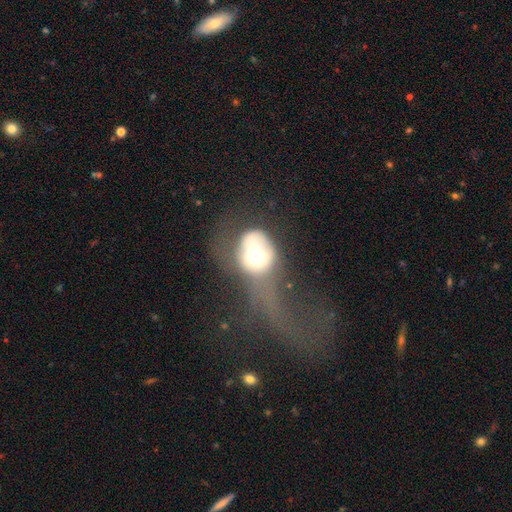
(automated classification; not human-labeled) This appears to be a smooth galaxy with no disk features (51%) that is round (61%). Merging: major disturbance (47%).